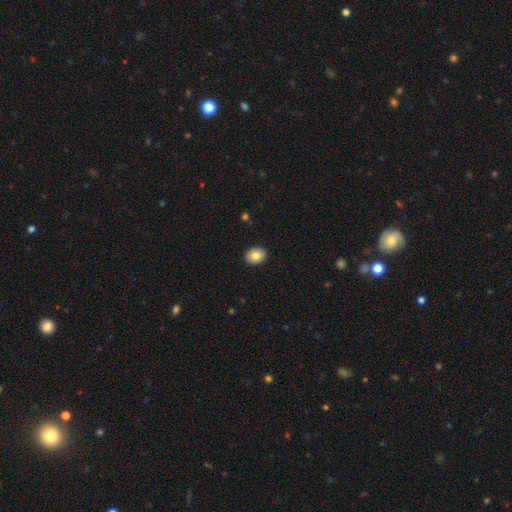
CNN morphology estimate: A smooth galaxy with no disk features (82%) that is in between round and cigar-shaped (54%). Merging: none (91%).